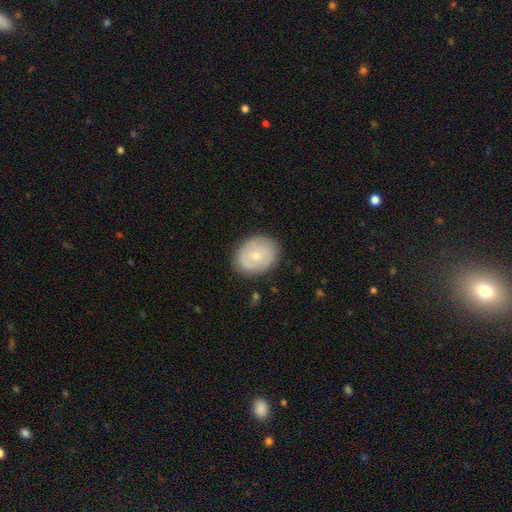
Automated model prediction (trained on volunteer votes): Smooth or featured? Predicted: smooth (p=0.62). How rounded? Predicted: in between (p=0.51). Merging? Predicted: none (p=0.83).